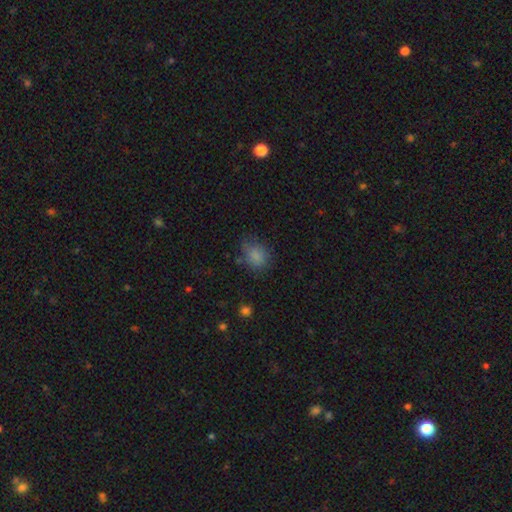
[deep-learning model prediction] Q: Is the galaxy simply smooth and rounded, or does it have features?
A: smooth — 81%.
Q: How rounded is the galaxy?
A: in between — 52%.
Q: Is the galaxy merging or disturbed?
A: none — 63%.